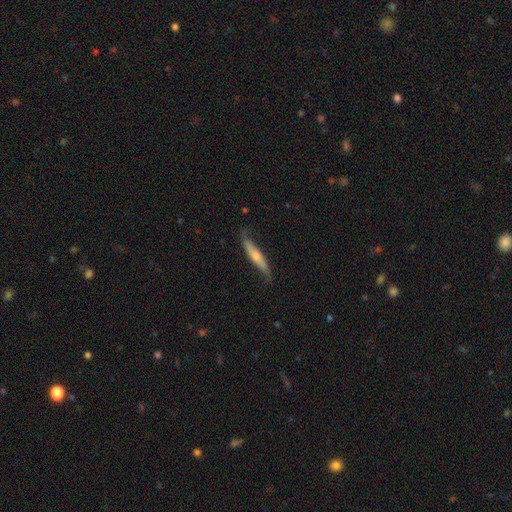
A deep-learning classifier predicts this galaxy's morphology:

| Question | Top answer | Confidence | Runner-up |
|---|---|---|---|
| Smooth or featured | featured or disk | 64% | smooth (31%) |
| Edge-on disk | yes | 70% | no (30%) |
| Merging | none | 70% | minor disturbance (23%) |